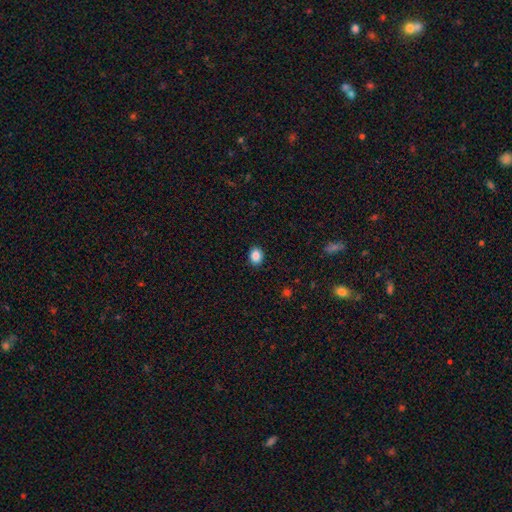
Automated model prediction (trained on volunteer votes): This is clearly a smooth galaxy (86%). How rounded: possibly round (54%). Merging: clearly none (90%).